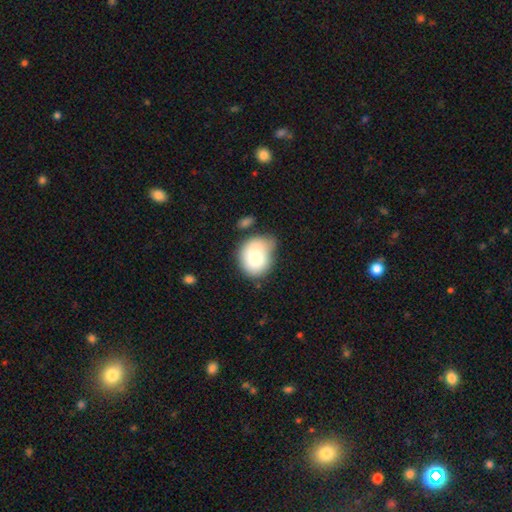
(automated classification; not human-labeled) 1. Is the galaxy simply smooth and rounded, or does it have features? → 83% smooth, 10% featured or disk, 7% star or artifact.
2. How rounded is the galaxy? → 52% round, 47% in between, 1% cigar-shaped.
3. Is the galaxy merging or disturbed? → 41% none, 33% minor disturbance, 14% merger, 12% major disturbance.